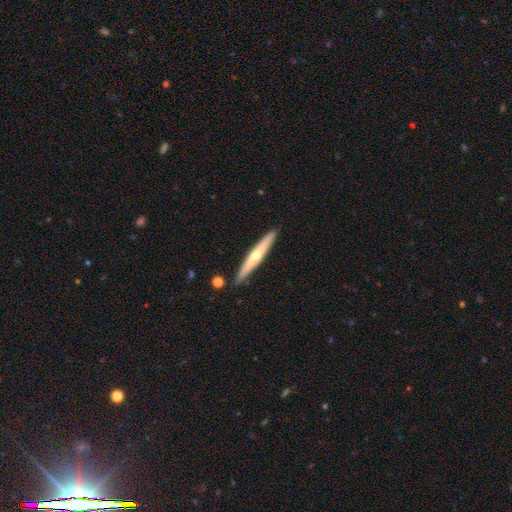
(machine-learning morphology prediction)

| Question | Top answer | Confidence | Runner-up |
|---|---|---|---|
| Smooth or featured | featured or disk | 55% | smooth (40%) |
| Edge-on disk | yes | 94% | no (6%) |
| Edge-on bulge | rounded | 80% | none (18%) |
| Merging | none | 89% | minor disturbance (8%) |